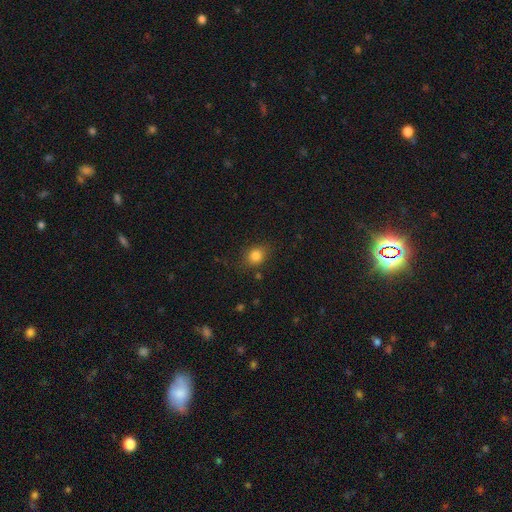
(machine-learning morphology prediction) A smooth galaxy with no disk features (82%) that is round (62%).

Vote fractions:
- Smooth or featured? smooth: 82% / star or artifact: 12% / featured or disk: 6%
- How rounded? round: 62% / in between: 37% / cigar-shaped: 1%
- Merging? none: 81% / minor disturbance: 13% / major disturbance: 4% / merger: 2%